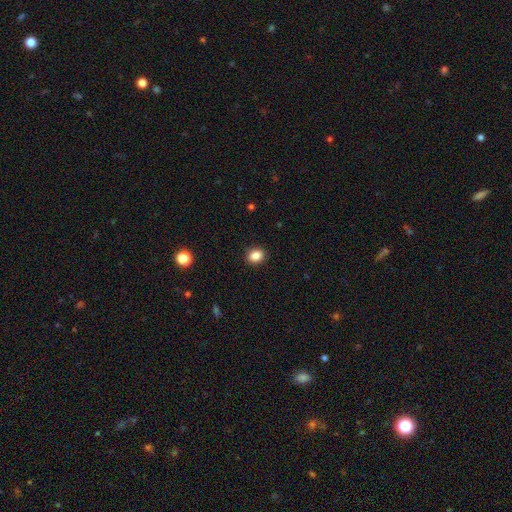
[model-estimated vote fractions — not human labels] Smooth or featured: smooth — 85% (star or artifact — 10%)
How rounded: round — 50% (in between — 49%)
Merging: none — 91% (minor disturbance — 6%)